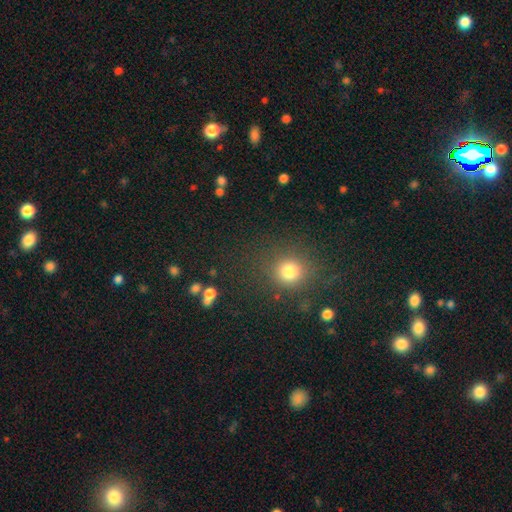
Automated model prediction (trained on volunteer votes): A smooth galaxy with no disk features (57%) that is round (86%).

Vote fractions:
- Smooth or featured? smooth: 57% / star or artifact: 37% / featured or disk: 6%
- How rounded? round: 86% / in between: 13% / cigar-shaped: 1%
- Merging? none: 87% / minor disturbance: 7% / major disturbance: 3% / merger: 3%